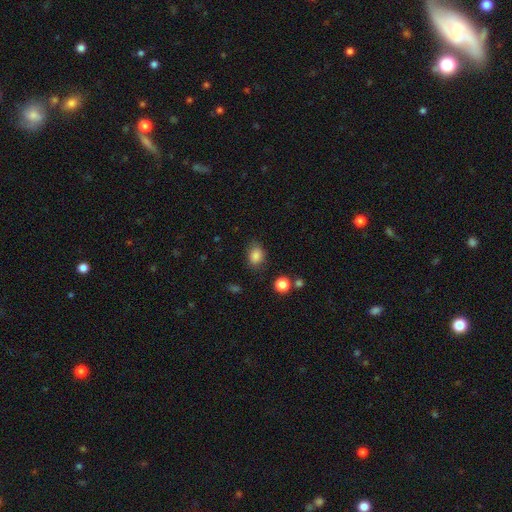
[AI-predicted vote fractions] smooth 85%, star or artifact 10%, featured or disk 5%. Down the decision tree: how rounded — in between (64%); merging — none (77%).